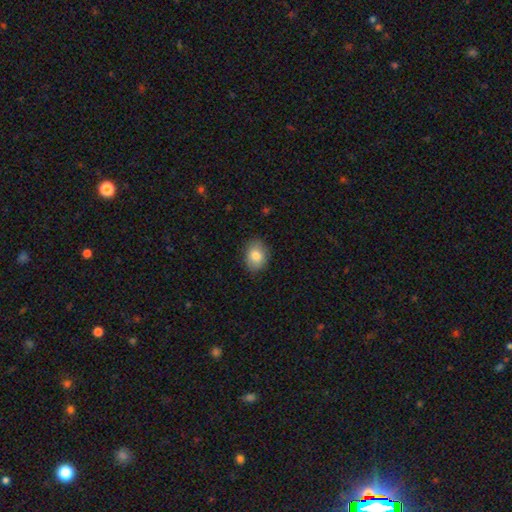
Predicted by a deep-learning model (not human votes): Q: Smooth or featured?
A: smooth (83%); runner-up: featured or disk (9%)
Q: How rounded?
A: in between (58%); runner-up: round (41%)
Q: Merging?
A: none (85%); runner-up: minor disturbance (11%)